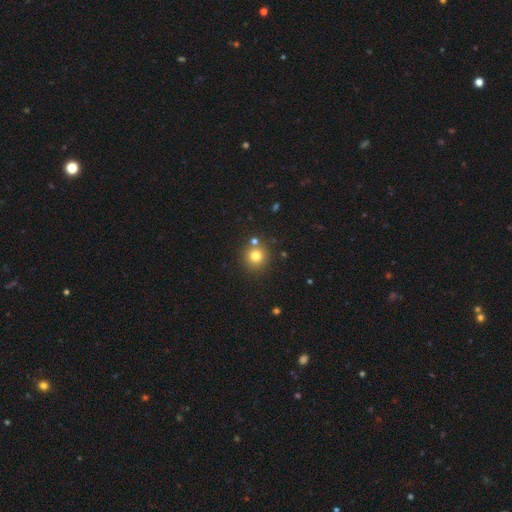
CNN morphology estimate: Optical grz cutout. It shows a smooth galaxy with no disk features (77%) that is round (92%). Merging: none (78%).